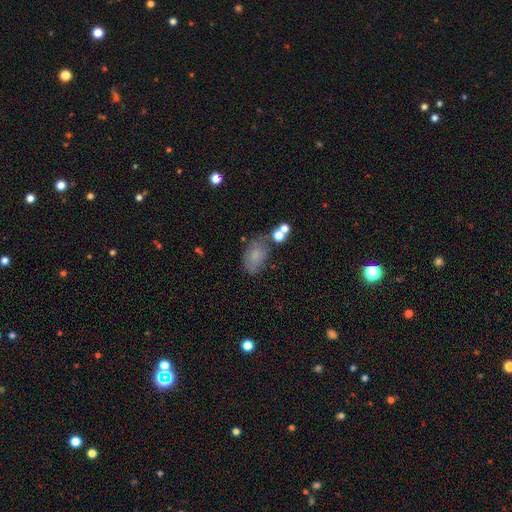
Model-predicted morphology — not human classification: Smooth or featured?
  - smooth: 69% *
  - featured or disk: 18%
  - star or artifact: 13%
How rounded?
  - in between: 85% *
  - round: 12%
  - cigar-shaped: 2%
Merging?
  - none: 48% *
  - minor disturbance: 27%
  - major disturbance: 14%
  - merger: 11%